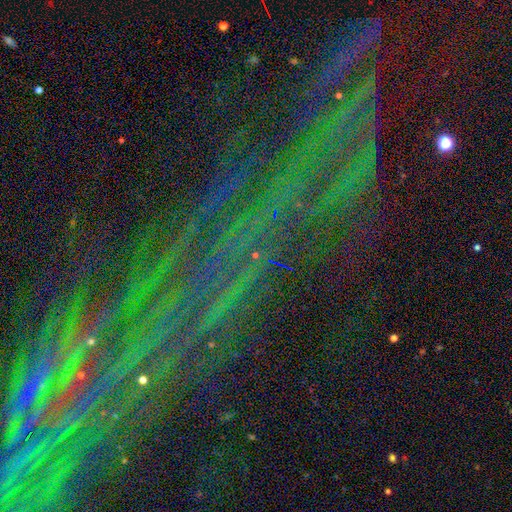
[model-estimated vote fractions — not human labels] Smooth or featured: star or artifact — 85% (featured or disk — 8%)